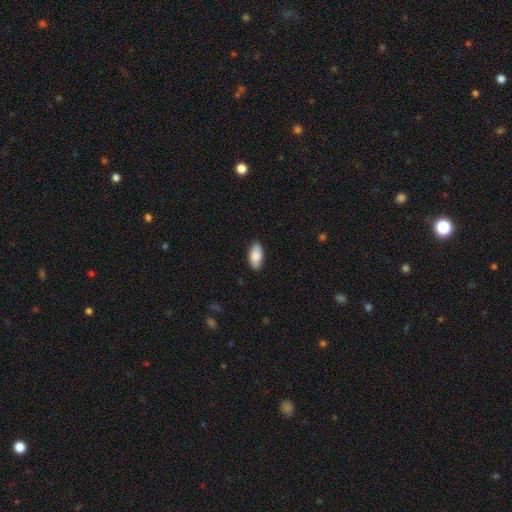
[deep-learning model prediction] A smooth galaxy with no disk features (85%) that is in between round and cigar-shaped (90%).

Vote fractions:
- Smooth or featured? smooth: 85% / featured or disk: 9% / star or artifact: 6%
- How rounded? in between: 90% / cigar-shaped: 8% / round: 2%
- Merging? none: 86% / minor disturbance: 11% / major disturbance: 2% / merger: 1%